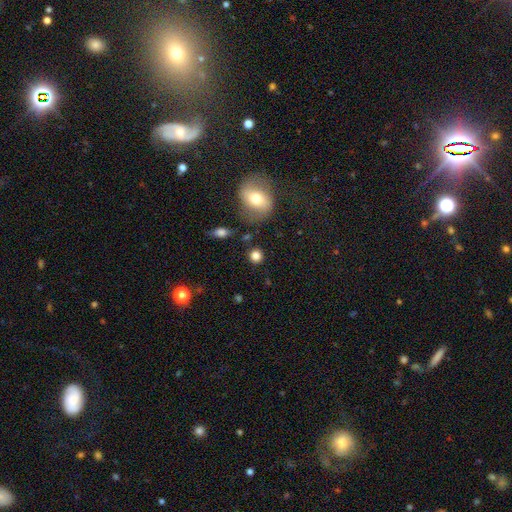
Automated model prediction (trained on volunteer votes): A smooth galaxy with no disk features (83%) that is round (87%).

Vote fractions:
- Smooth or featured? smooth: 83% / star or artifact: 11% / featured or disk: 6%
- How rounded? round: 87% / in between: 12% / cigar-shaped: 1%
- Merging? none: 83% / minor disturbance: 9% / merger: 4% / major disturbance: 4%